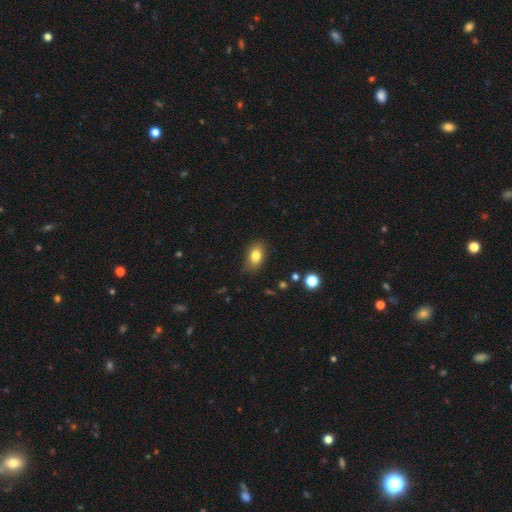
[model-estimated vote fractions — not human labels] The model was most divided on "merging": none: 79%, minor disturbance: 16%, major disturbance: 3%, merger: 1%. More confident: how rounded — in between (82%); smooth or featured — smooth (81%).